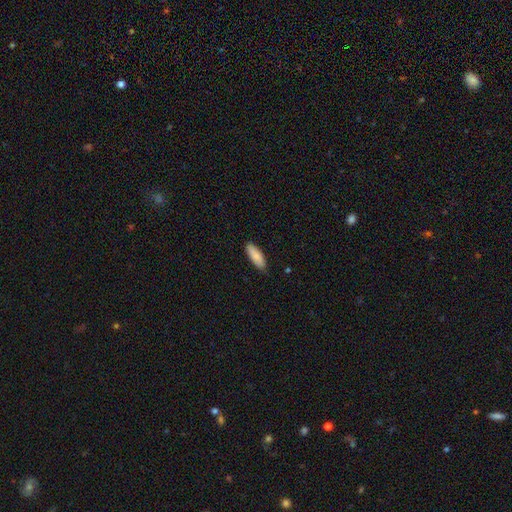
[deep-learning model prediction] Smooth or featured? Predicted: smooth (p=0.87). How rounded? Predicted: in between (p=0.63). Merging? Predicted: none (p=0.86).